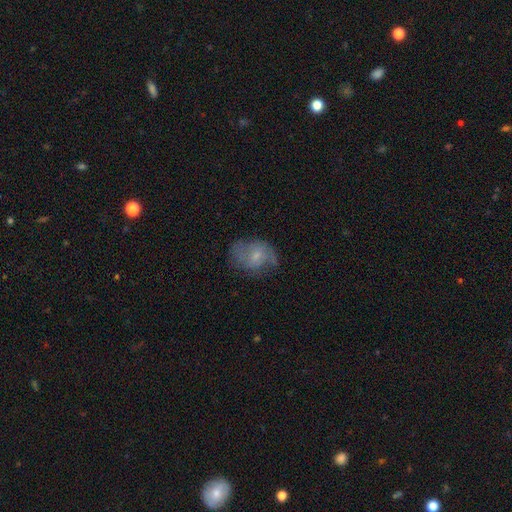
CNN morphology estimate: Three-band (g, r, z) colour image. It shows a featured or disk galaxy (52%) with no bar (52%), spiral arms (73%) and a small central bulge (58%). Merging: none (53%).